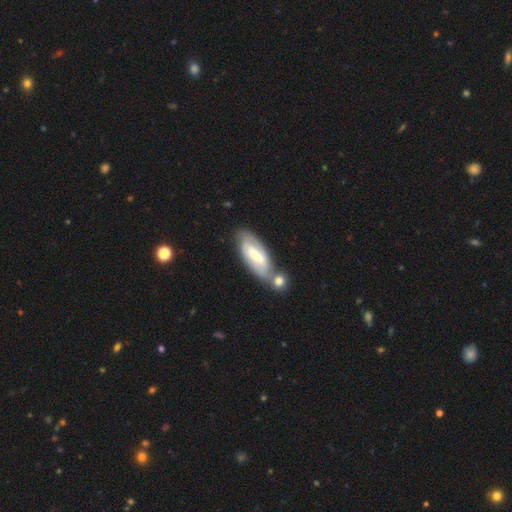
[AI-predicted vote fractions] The model was most divided on "bulge size": small: 45%, moderate: 41%, large: 7%, none: 5%, dominant: 1%. Remaining: edge-on disk — no (87%); spiral arms — yes (72%); smooth or featured — featured or disk (59%); merging — none (47%); bar — strong (45%).